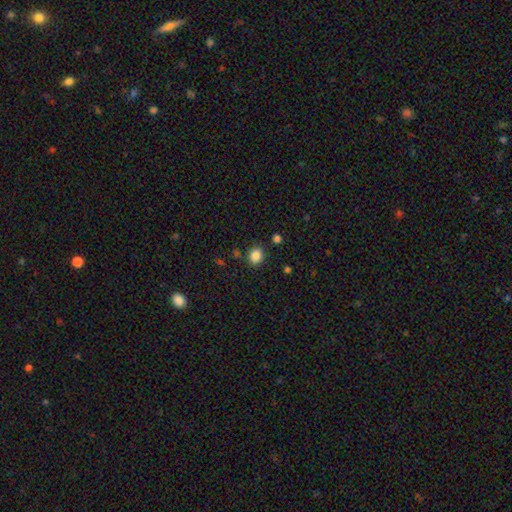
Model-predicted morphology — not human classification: type=smooth (86%); roundness=round (62%); merging=none (84%).